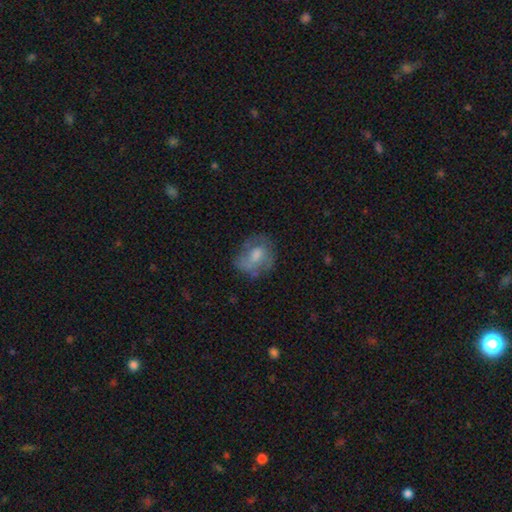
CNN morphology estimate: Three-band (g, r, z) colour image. It shows a smooth galaxy with no disk features (47%). Merging: none (58%).